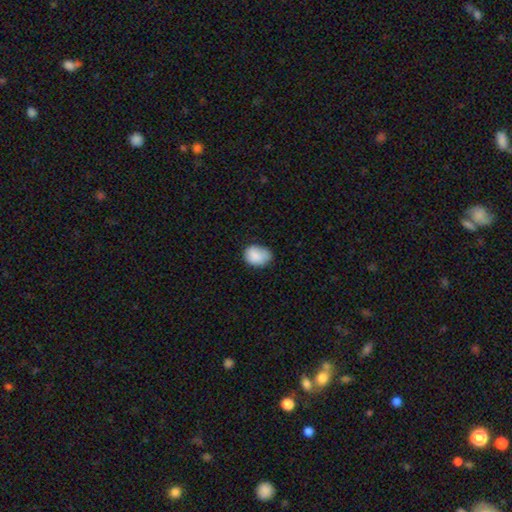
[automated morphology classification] Overall: smooth (85%). How rounded: in between (67%; round 32%). Merging: none (57%; minor disturbance 33%).